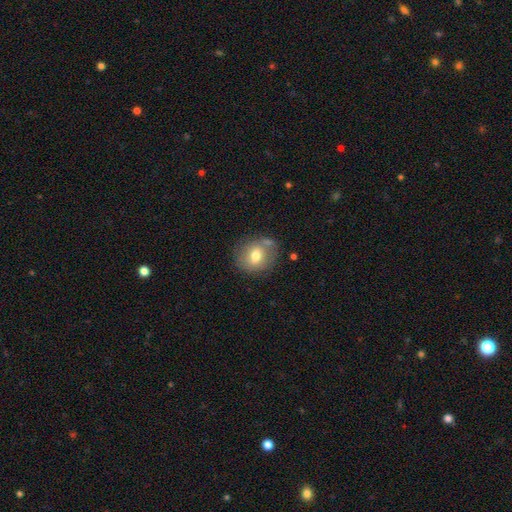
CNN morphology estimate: This is likely a smooth galaxy (69%). How rounded: likely round (69%). Merging: likely none (69%).